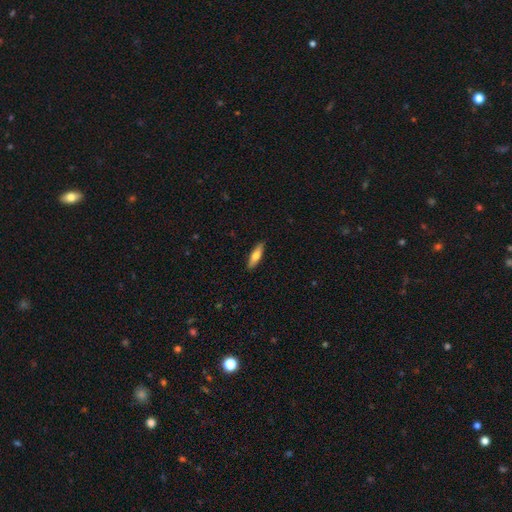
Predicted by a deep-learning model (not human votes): Morphology: type=smooth (67%); roundness=cigar-shaped (62%); merging=none (90%).